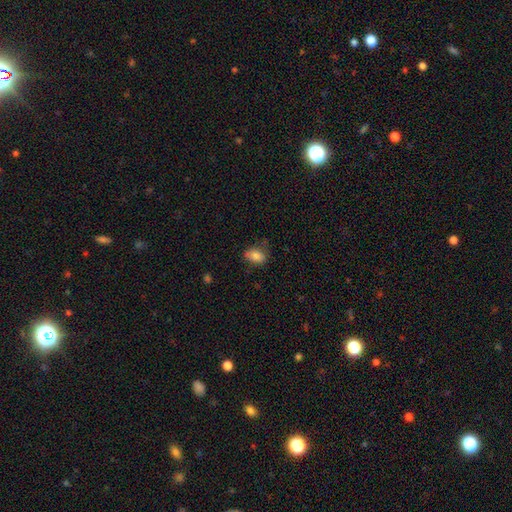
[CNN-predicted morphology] This is clearly a smooth galaxy (82%). How rounded: clearly in between (83%). Merging: likely none (64%).